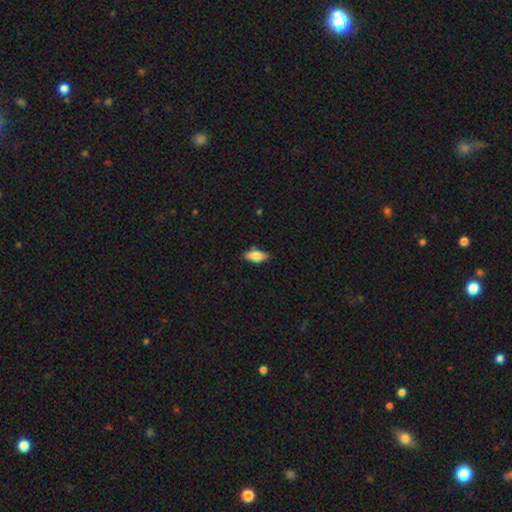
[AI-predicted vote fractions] The model was most divided on "smooth or featured": smooth: 78%, featured or disk: 15%, star or artifact: 7%. More confident: merging — none (84%); how rounded — in between (82%).